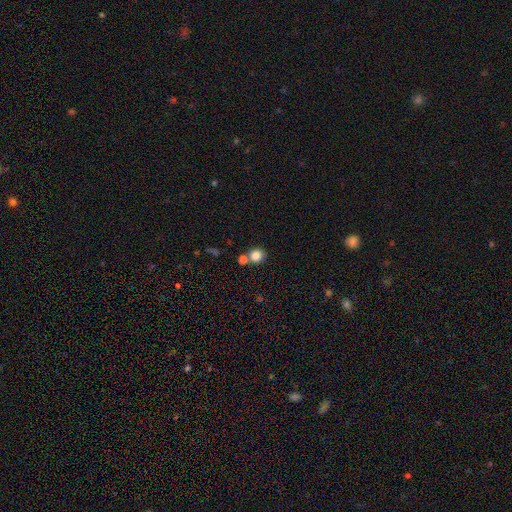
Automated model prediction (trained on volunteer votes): Smooth or featured? Predicted: smooth (p=0.83). How rounded? Predicted: round (p=0.84). Merging? Predicted: none (p=0.62).